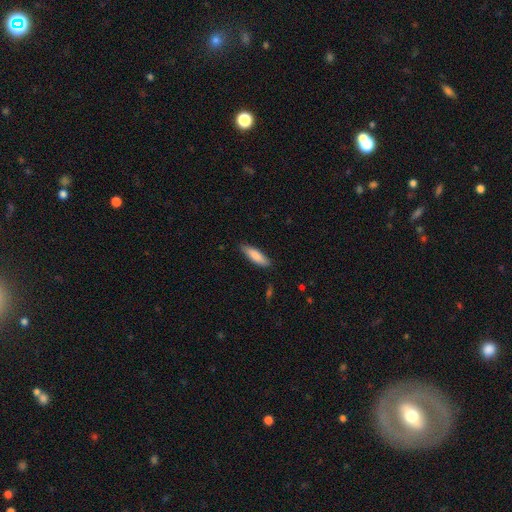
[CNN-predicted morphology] A smooth galaxy with no disk features (85%) that is cigar-shaped (58%). Merging: none (84%).